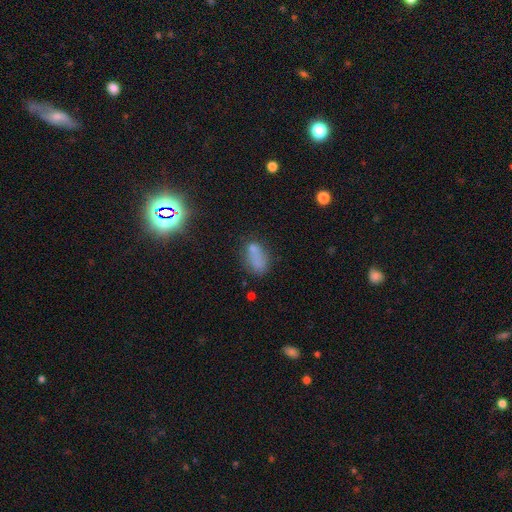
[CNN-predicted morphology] Smooth or featured?
  - smooth: 70% *
  - star or artifact: 17%
  - featured or disk: 12%
How rounded?
  - in between: 83% *
  - cigar-shaped: 8%
  - round: 8%
Merging?
  - none: 54% *
  - minor disturbance: 21%
  - merger: 15%
  - major disturbance: 10%